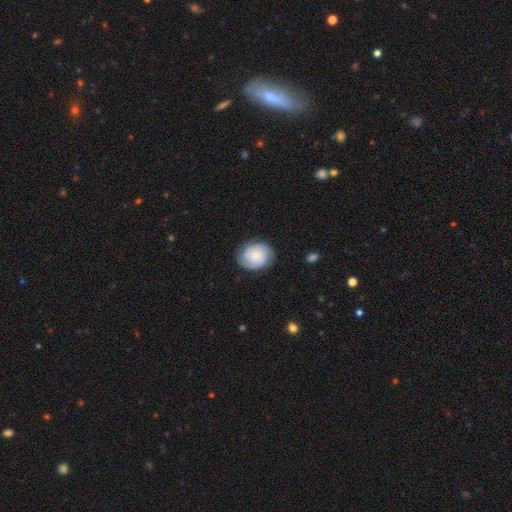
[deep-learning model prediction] Morphology: type=featured or disk (57%); edge-on=no (98%); bar=no (72%); spiral arms=yes (92%); winding=tight (62%); arm count=2 (40%); bulge=small (59%); merging=none (81%).